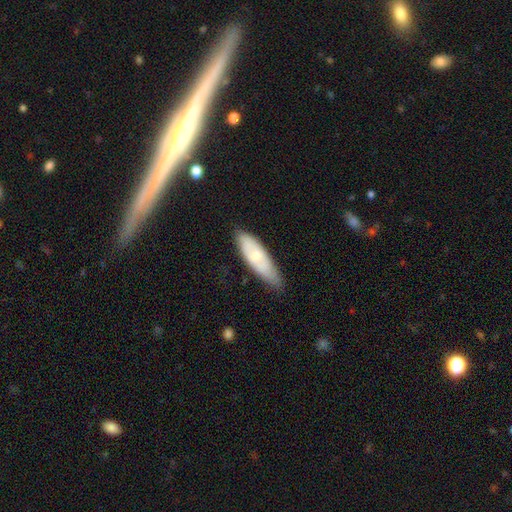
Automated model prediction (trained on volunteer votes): Overall: smooth (58%; featured or disk 35%). How rounded: in between (53%; cigar-shaped 45%). Merging: none (68%).